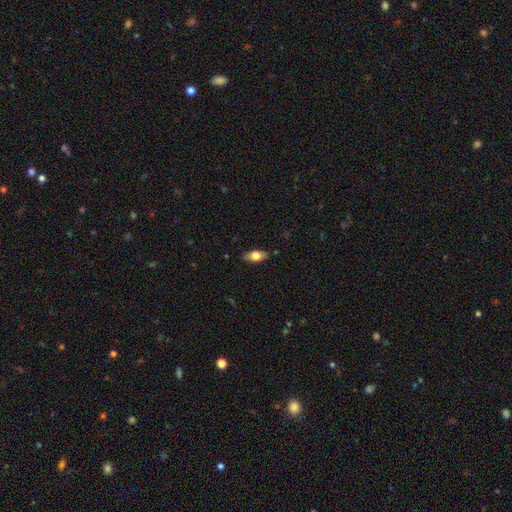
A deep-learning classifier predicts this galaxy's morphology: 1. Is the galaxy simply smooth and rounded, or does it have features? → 68% smooth, 25% featured or disk, 7% star or artifact.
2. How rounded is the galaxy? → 84% in between, 12% cigar-shaped, 4% round.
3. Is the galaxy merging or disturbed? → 85% none, 12% minor disturbance, 2% major disturbance, 1% merger.